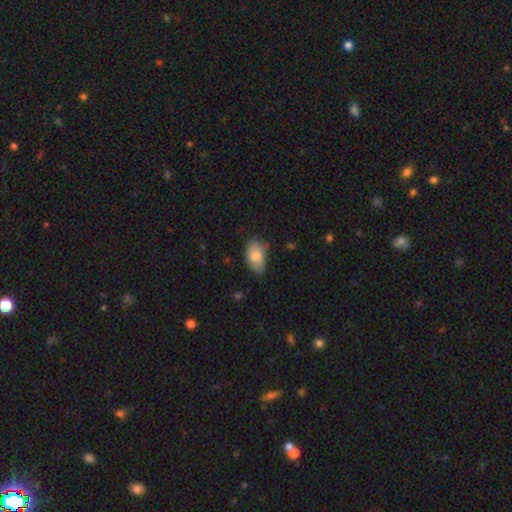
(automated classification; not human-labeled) Smooth or featured? Predicted: smooth (p=0.80). How rounded? Predicted: in between (p=0.91). Merging? Predicted: none (p=0.55).